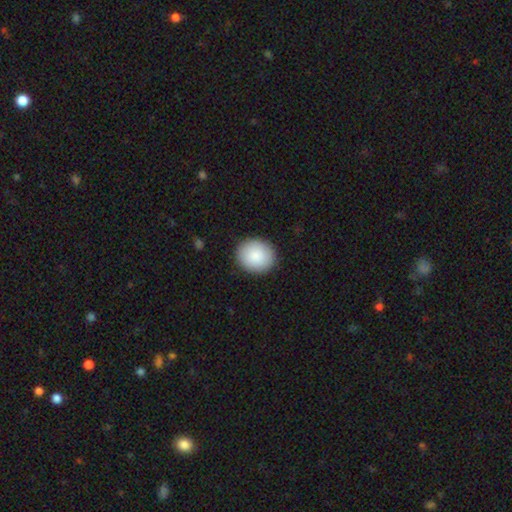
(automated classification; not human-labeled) smooth-or-featured: smooth: 88% | star or artifact: 6% | featured or disk: 6%
  how-rounded: round: 73% | in between: 26% | cigar-shaped: 1%
  merging: none: 90% | minor disturbance: 7% | major disturbance: 2% | merger: 1%